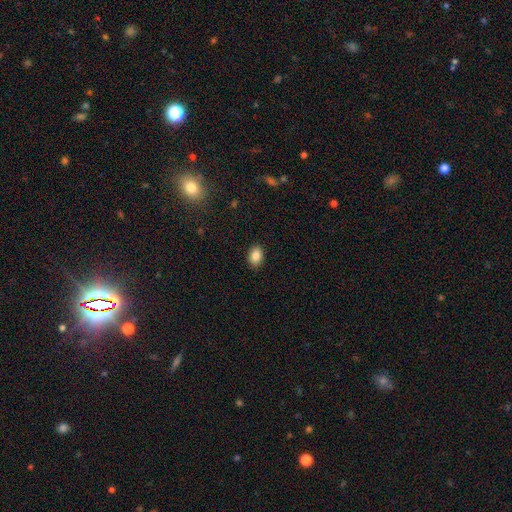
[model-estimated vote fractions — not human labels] Overall: smooth (86%). How rounded: in between (78%). Merging: none (90%).